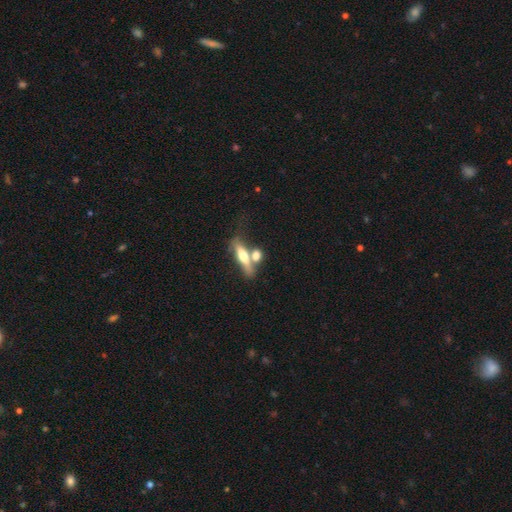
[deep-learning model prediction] Smooth or featured? smooth (56%)
How rounded? cigar-shaped (44%)
Merging? none (41%)